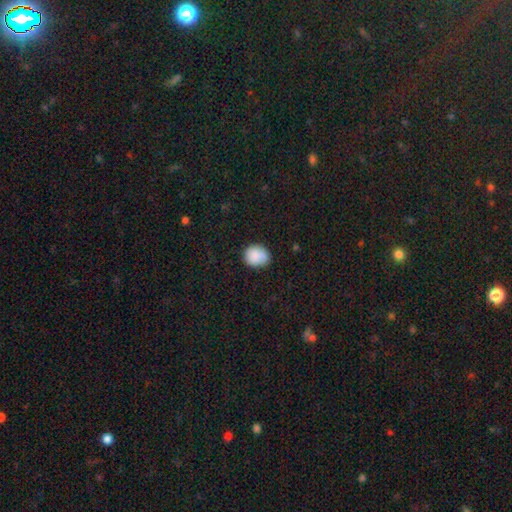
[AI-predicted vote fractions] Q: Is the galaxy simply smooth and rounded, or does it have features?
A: smooth — 88%.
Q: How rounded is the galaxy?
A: round — 68%.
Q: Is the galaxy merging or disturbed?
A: none — 79%.